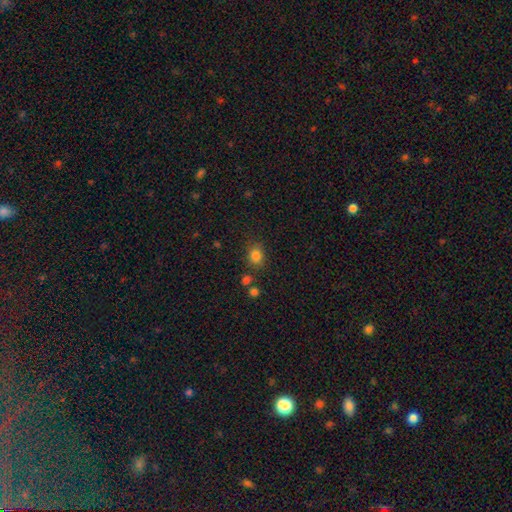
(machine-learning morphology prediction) This appears to be a smooth galaxy with no disk features (82%) that is round (59%). Merging: none (76%).